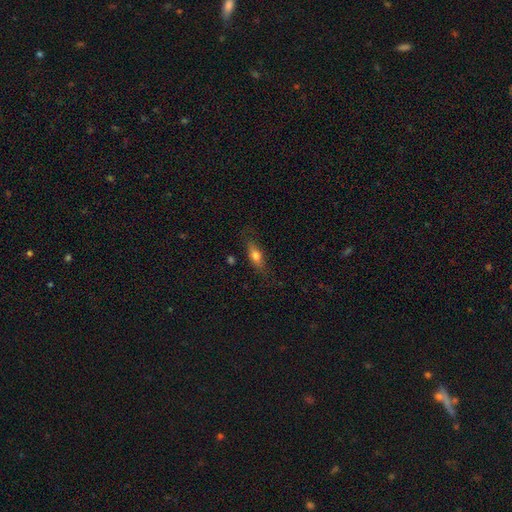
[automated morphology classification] The model was most divided on "how rounded": in between: 65%, cigar-shaped: 31%, round: 4%. More confident: merging — none (77%); smooth or featured — smooth (68%).